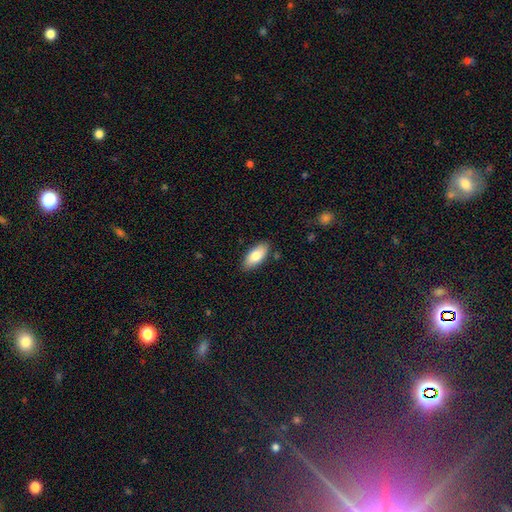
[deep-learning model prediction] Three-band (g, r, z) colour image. It shows a smooth galaxy with no disk features (80%) that is in between round and cigar-shaped (86%). Merging: none (85%).